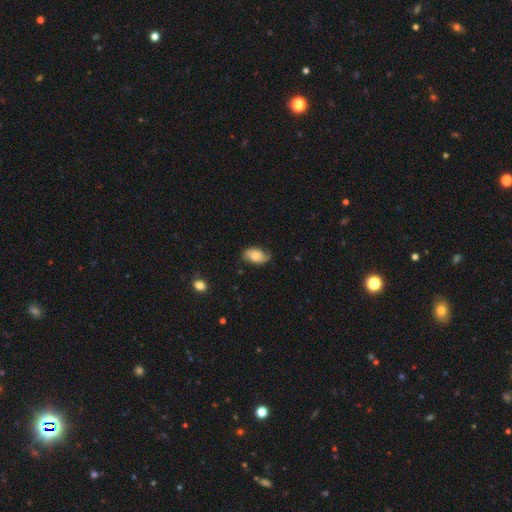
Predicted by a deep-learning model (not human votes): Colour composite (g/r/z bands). It shows a smooth galaxy with no disk features (59%) that is in between round and cigar-shaped (91%). Merging: none (61%).